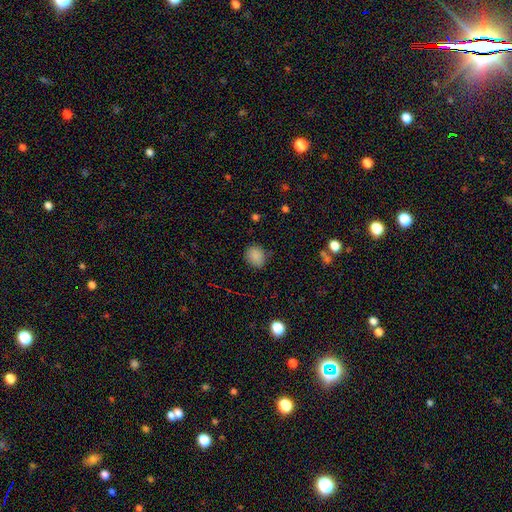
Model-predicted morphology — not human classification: A smooth galaxy with no disk features (86%) that is round (71%). Merging: none (81%).